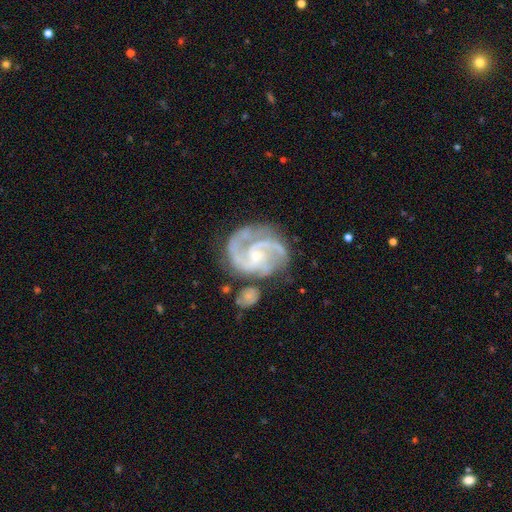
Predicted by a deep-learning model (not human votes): This is clearly a featured or disk galaxy (92%). It is clearly not viewed edge-on (98%). Bar: possibly no (54%). Spiral arm pattern: clearly yes (98%). Spiral arm count: likely 2 (61%). Spiral winding: possibly medium (54%). Central bulge: likely small (72%). Merging: possibly none (60%).